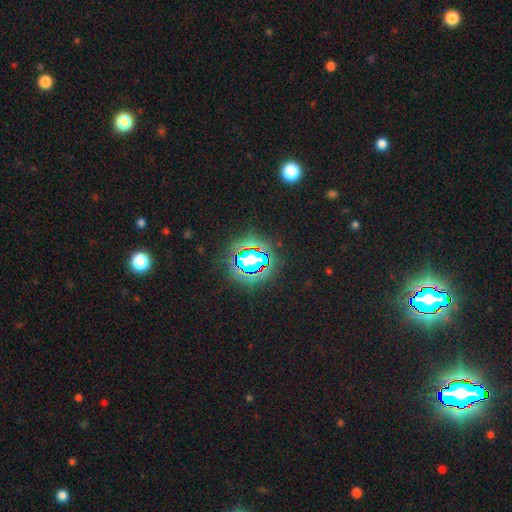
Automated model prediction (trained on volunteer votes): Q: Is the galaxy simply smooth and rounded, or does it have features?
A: star or artifact — 70%.